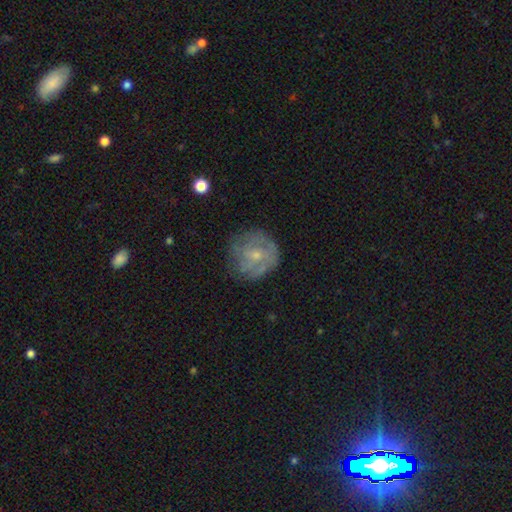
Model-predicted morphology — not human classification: featured or disk 57%, smooth 35%, star or artifact 8%. Down the decision tree: edge-on disk — no (97%); bar — no (76%); spiral arms — yes (57%); bulge size — small (68%); merging — none (68%).